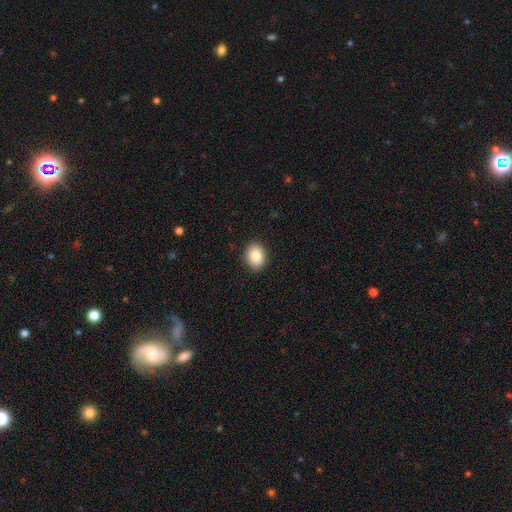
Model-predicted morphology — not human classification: This is clearly a smooth galaxy (85%). How rounded: likely in between (65%). Merging: clearly none (90%).